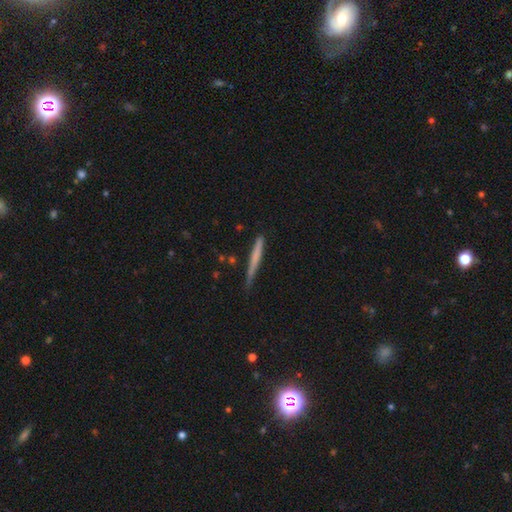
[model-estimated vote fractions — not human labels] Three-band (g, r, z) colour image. It shows a smooth galaxy with no disk features (62%) that is cigar-shaped (96%). Merging: none (71%).